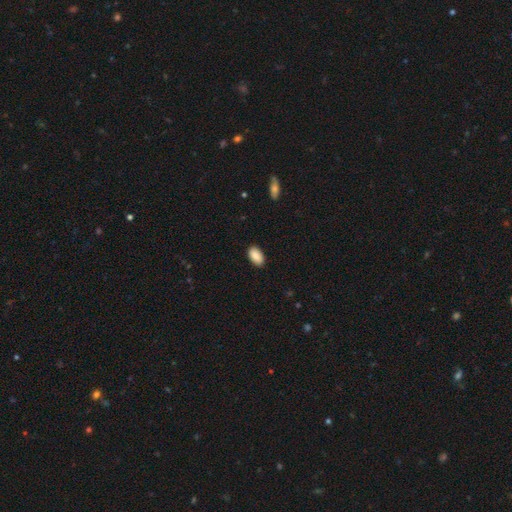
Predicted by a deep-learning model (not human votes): The model was most divided on "merging": none: 88%, minor disturbance: 9%, major disturbance: 2%, merger: 1%. More confident: how rounded — in between (94%); smooth or featured — smooth (89%).